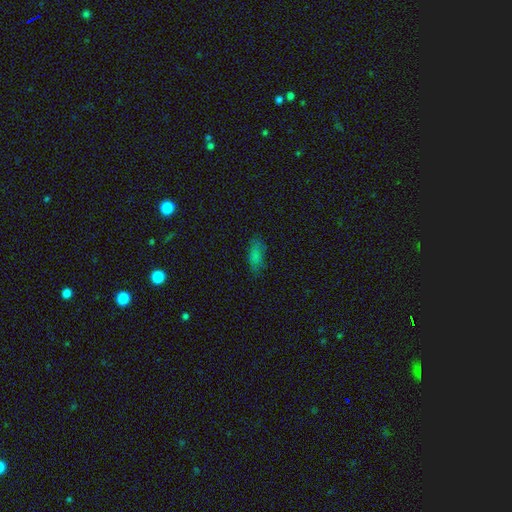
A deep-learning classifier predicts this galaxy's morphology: Smooth or featured? smooth (76%)
How rounded? in between (77%)
Merging? none (75%)